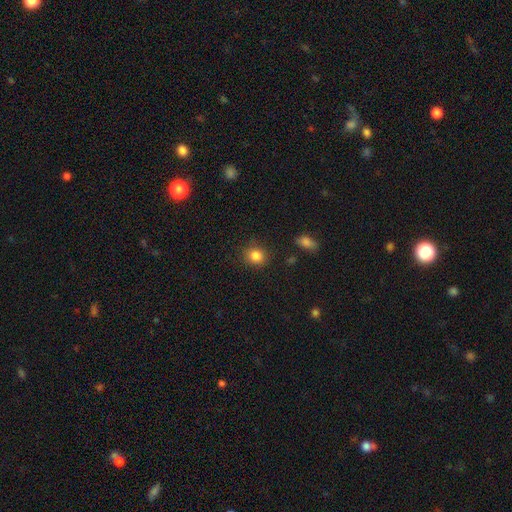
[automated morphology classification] This is clearly a smooth galaxy (84%). How rounded: likely round (78%). Merging: clearly none (86%).